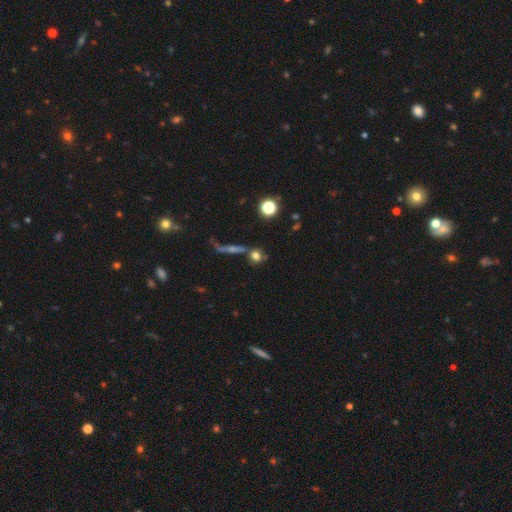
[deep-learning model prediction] Smooth or featured?
  - smooth: 68% *
  - star or artifact: 17%
  - featured or disk: 15%
How rounded?
  - round: 80% *
  - in between: 14%
  - cigar-shaped: 6%
Merging?
  - none: 59% *
  - merger: 21%
  - minor disturbance: 12%
  - major disturbance: 7%